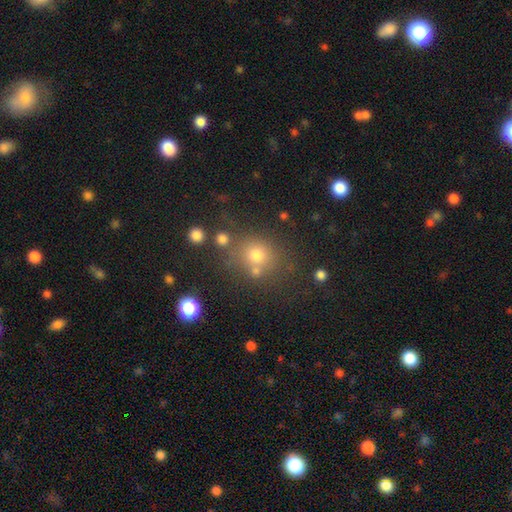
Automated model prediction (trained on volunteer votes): Morphology: type=smooth (61%); roundness=round (82%); merging=none (70%).